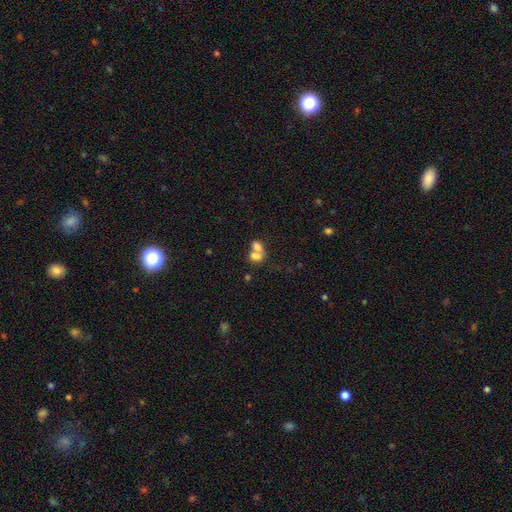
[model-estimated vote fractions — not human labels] This appears to be a smooth galaxy with no disk features (71%) that is in between round and cigar-shaped (72%). Merging: merger (70%).